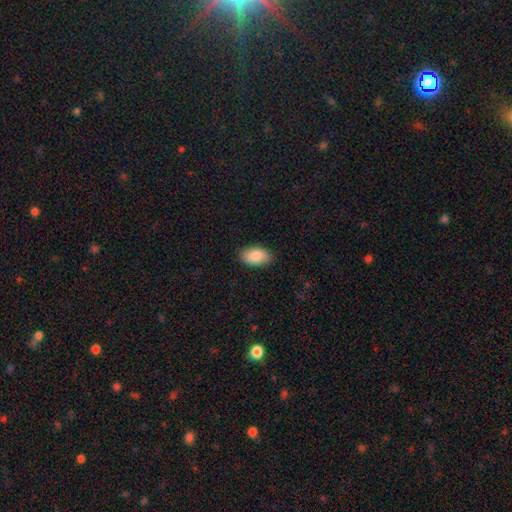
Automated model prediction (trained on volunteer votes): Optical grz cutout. It shows a smooth galaxy with no disk features (86%) that is in between round and cigar-shaped (94%). Merging: none (88%).